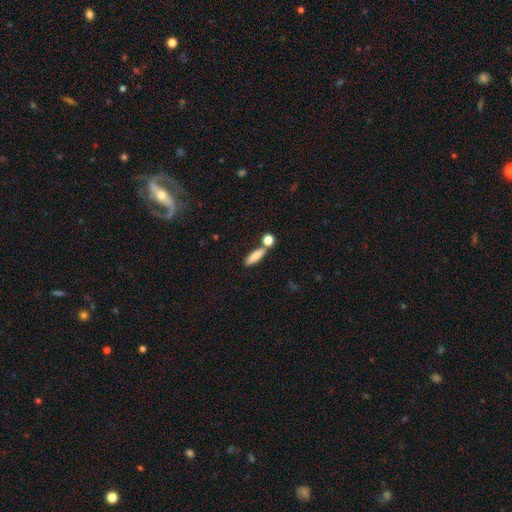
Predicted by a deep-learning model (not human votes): Smooth or featured?
  - smooth: 82% *
  - featured or disk: 11%
  - star or artifact: 7%
How rounded?
  - cigar-shaped: 53% *
  - in between: 41%
  - round: 6%
Merging?
  - none: 65% *
  - merger: 20%
  - minor disturbance: 11%
  - major disturbance: 4%